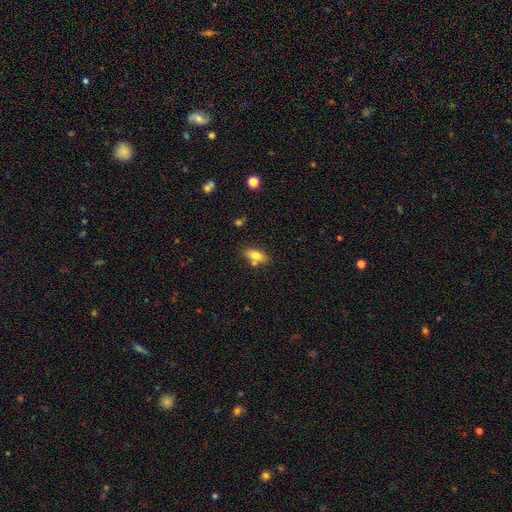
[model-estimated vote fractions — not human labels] Smooth or featured? smooth (73%)
How rounded? in between (80%)
Merging? none (68%)